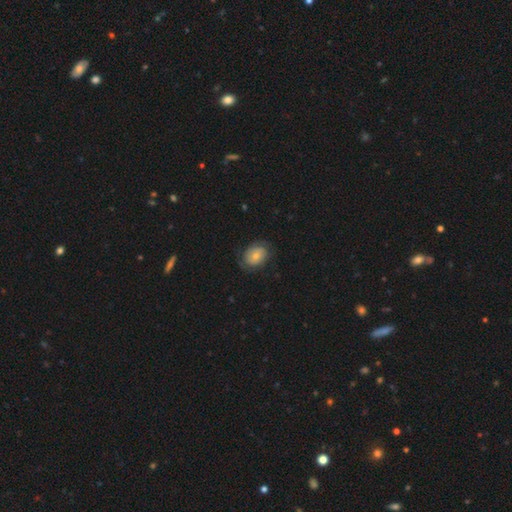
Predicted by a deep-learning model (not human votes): Smooth or featured? Predicted: smooth (p=0.57). How rounded? Predicted: in between (p=0.58). Merging? Predicted: none (p=0.69).